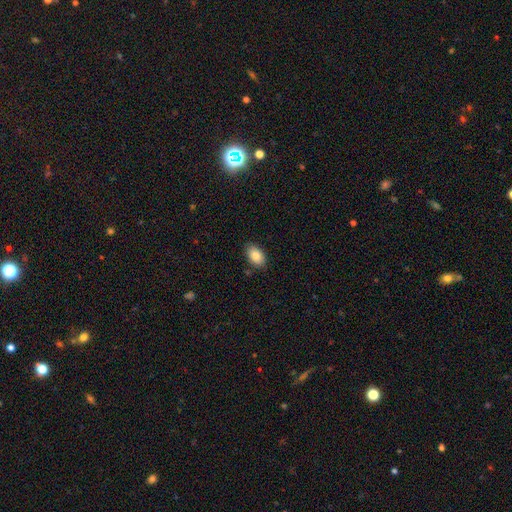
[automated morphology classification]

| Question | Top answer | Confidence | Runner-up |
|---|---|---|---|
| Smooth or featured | smooth | 85% | featured or disk (8%) |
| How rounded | in between | 91% | round (8%) |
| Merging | none | 85% | minor disturbance (11%) |